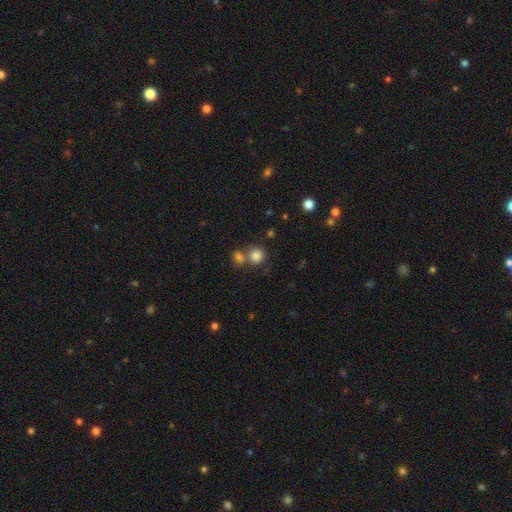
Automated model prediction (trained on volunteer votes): smooth 83%, star or artifact 11%, featured or disk 6%. Down the decision tree: how rounded — round (85%); merging — none (53%).